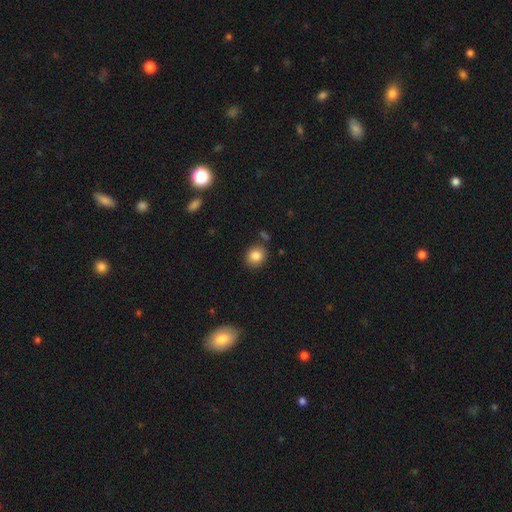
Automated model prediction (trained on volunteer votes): smooth 85%, star or artifact 9%, featured or disk 6%. Down the decision tree: how rounded — round (70%); merging — none (82%).